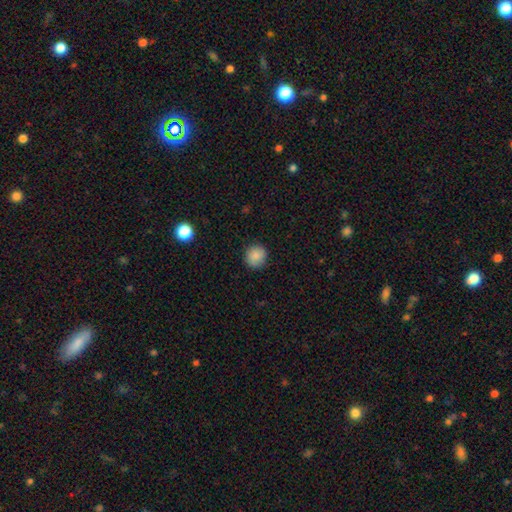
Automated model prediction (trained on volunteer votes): smooth 86%, star or artifact 9%, featured or disk 5%. Down the decision tree: how rounded — round (91%); merging — none (87%).